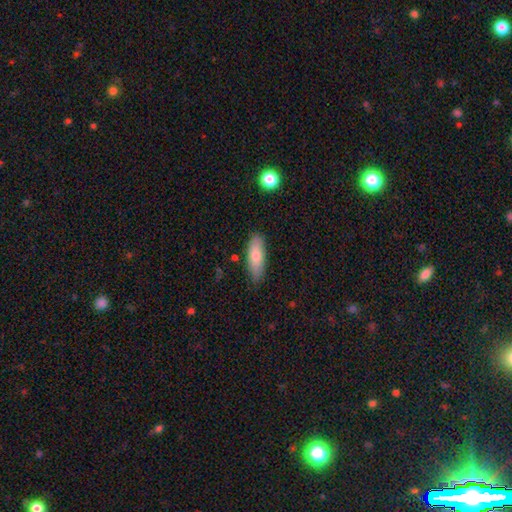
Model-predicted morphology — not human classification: Smooth or featured: smooth — 78% (featured or disk — 16%)
How rounded: in between — 63% (cigar-shaped — 35%)
Merging: none — 81% (minor disturbance — 14%)